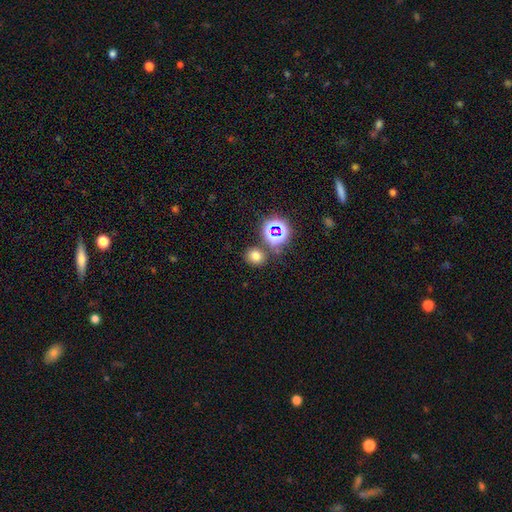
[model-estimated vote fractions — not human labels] Q: Smooth or featured?
A: smooth (69%); runner-up: star or artifact (24%)
Q: How rounded?
A: round (74%); runner-up: in between (25%)
Q: Merging?
A: none (80%); runner-up: minor disturbance (9%)